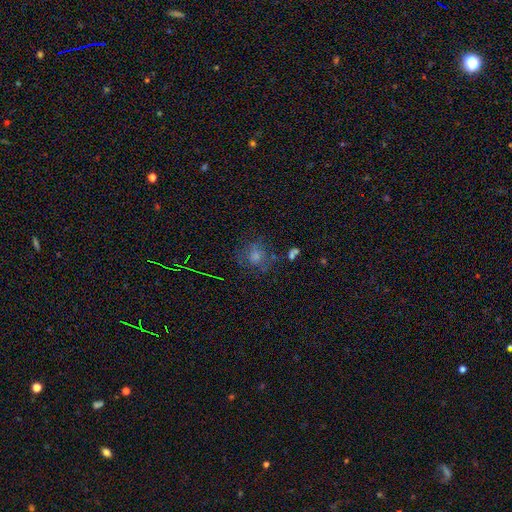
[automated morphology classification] smooth_or_featured: smooth (p=0.40) [alt: star or artifact p=0.34]
merging: none (p=0.69) [alt: minor disturbance p=0.16]